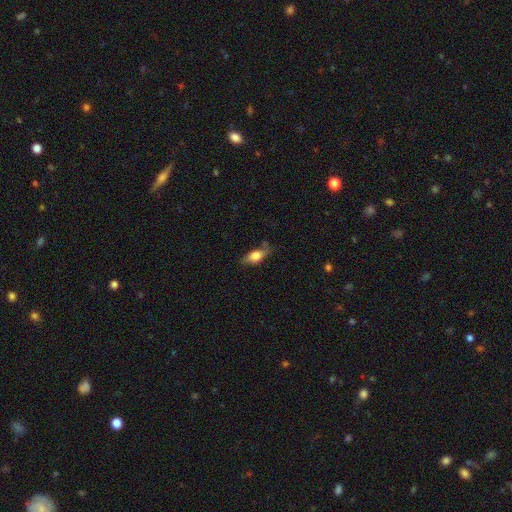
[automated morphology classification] Smooth or featured? smooth (68%)
How rounded? in between (78%)
Merging? none (63%)